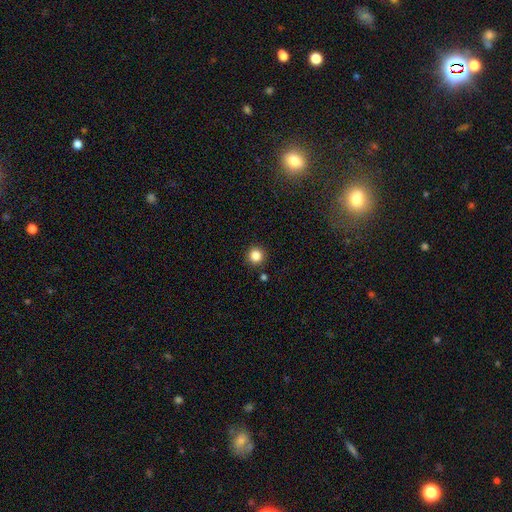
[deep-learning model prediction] Overall: smooth (85%). How rounded: round (93%). Merging: none (90%).